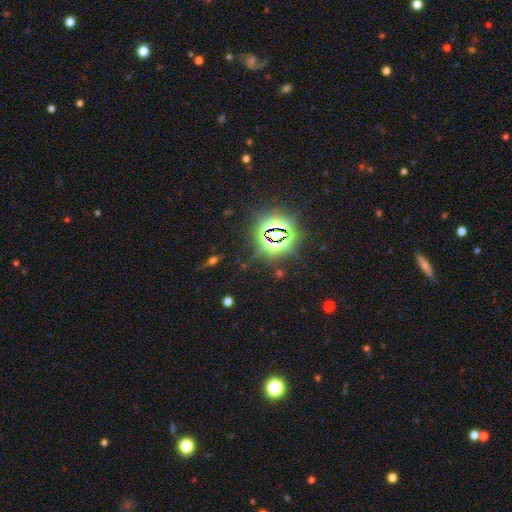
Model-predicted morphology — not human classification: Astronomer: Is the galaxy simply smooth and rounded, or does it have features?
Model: star or artifact — 84%.